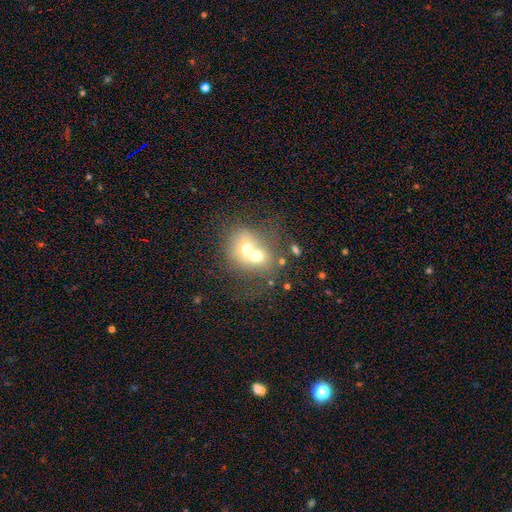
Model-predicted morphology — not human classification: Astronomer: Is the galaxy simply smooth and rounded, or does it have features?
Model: smooth — 56% (runner-up: featured or disk, 32%).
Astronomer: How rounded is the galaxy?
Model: round — 65%.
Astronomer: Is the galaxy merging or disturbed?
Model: merger — 70%.